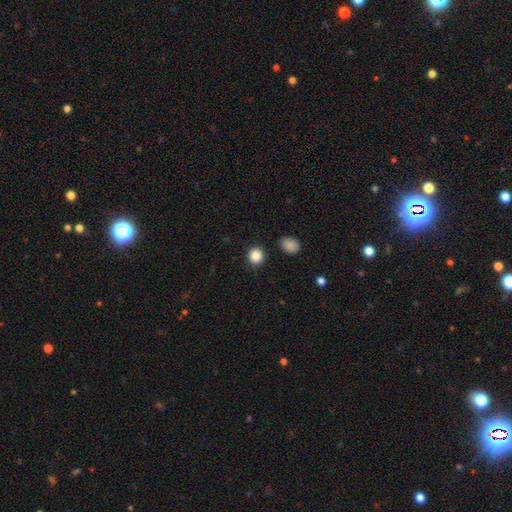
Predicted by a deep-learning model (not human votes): The model was most divided on "how rounded": round: 82%, in between: 17%, cigar-shaped: 1%. More confident: merging — none (89%); smooth or featured — smooth (87%).